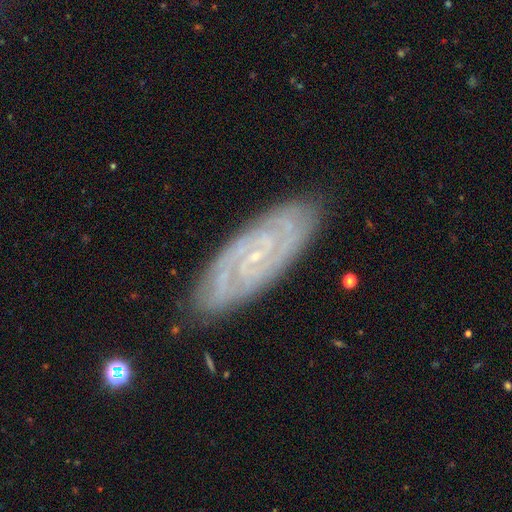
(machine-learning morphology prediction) type=featured or disk (87%); edge-on=no (92%); bar=no (59%); spiral arms=yes (97%); winding=tight (67%); arm count=2 (50%); bulge=small (86%); merging=none (85%).